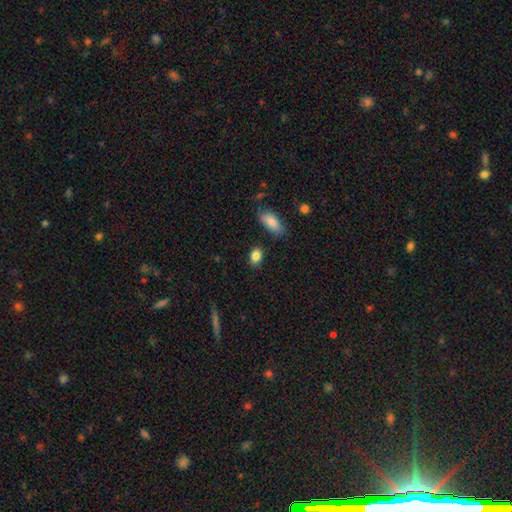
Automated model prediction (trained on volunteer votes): Overall: smooth (86%). How rounded: in between (78%). Merging: none (83%).